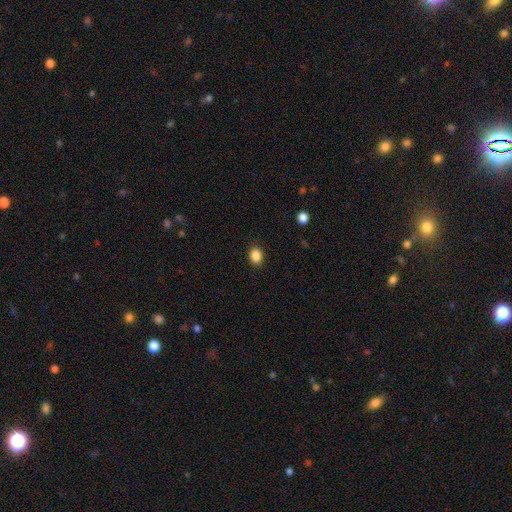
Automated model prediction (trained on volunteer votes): Morphology: type=smooth (87%); roundness=in between (69%); merging=none (89%).